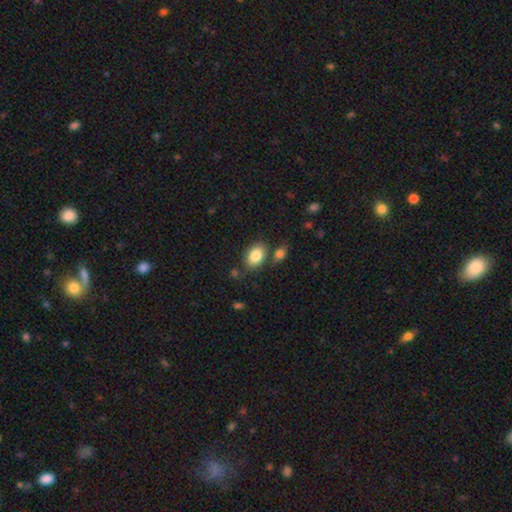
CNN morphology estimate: type=smooth (85%); roundness=in between (83%); merging=none (71%).